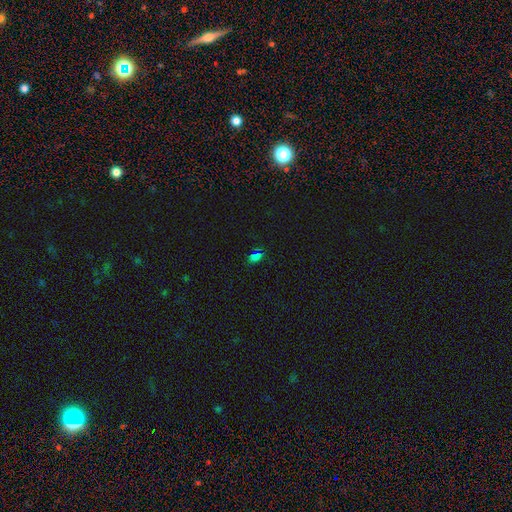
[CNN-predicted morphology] smooth_or_featured: smooth (p=0.60) [alt: star or artifact p=0.34]
how_rounded: in between (p=0.83) [alt: round p=0.12]
merging: none (p=0.76) [alt: minor disturbance p=0.14]